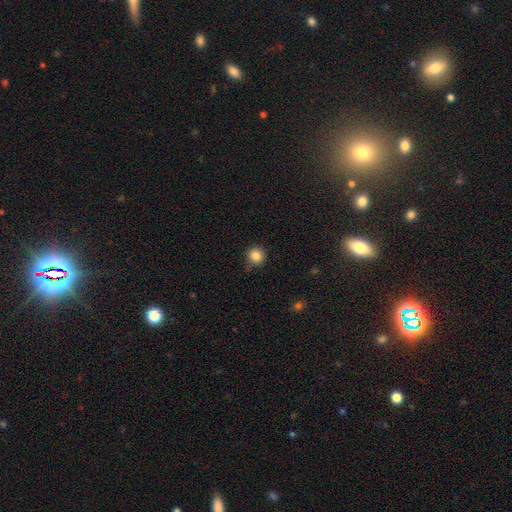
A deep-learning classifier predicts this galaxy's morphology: Q: Smooth or featured?
A: smooth (85%); runner-up: star or artifact (11%)
Q: How rounded?
A: round (89%); runner-up: in between (10%)
Q: Merging?
A: none (78%); runner-up: minor disturbance (16%)